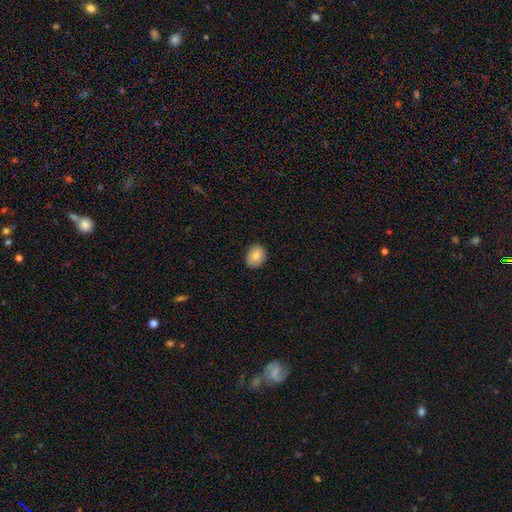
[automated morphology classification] type=smooth (83%); roundness=in between (53%); merging=none (87%).